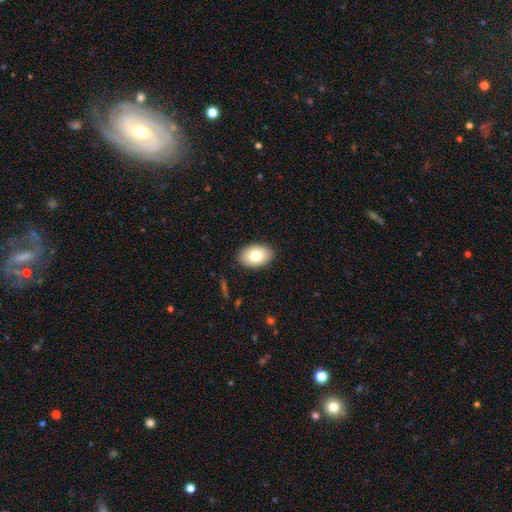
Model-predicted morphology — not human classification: smooth-or-featured: smooth: 79% | featured or disk: 13% | star or artifact: 8%
  how-rounded: in between: 85% | round: 14% | cigar-shaped: 1%
  merging: none: 89% | minor disturbance: 8% | major disturbance: 2% | merger: 1%